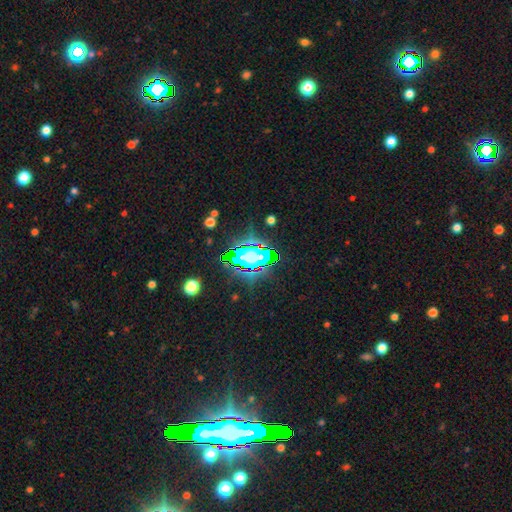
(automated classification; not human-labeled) Q: Smooth or featured?
A: star or artifact (59%); runner-up: smooth (24%)